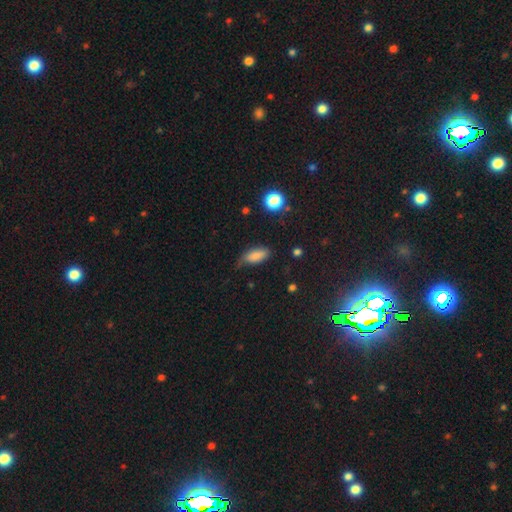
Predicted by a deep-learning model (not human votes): smooth_or_featured: smooth (p=0.82) [alt: featured or disk p=0.09]
how_rounded: in between (p=0.84) [alt: cigar-shaped p=0.13]
merging: none (p=0.53) [alt: minor disturbance p=0.34]